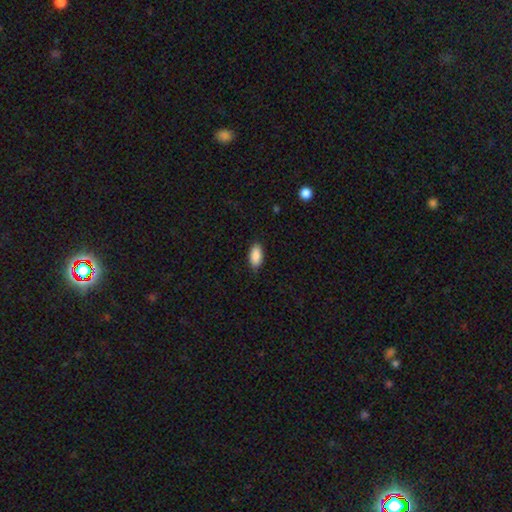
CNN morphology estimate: smooth-or-featured: smooth: 90% | star or artifact: 7% | featured or disk: 4%
  how-rounded: in between: 93% | cigar-shaped: 5% | round: 2%
  merging: none: 87% | minor disturbance: 10% | major disturbance: 2% | merger: 1%